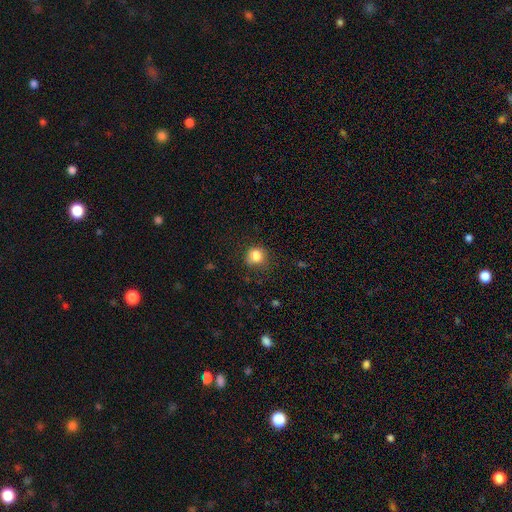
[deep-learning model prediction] This appears to be a smooth galaxy with no disk features (84%) that is round (84%). Merging: none (72%).